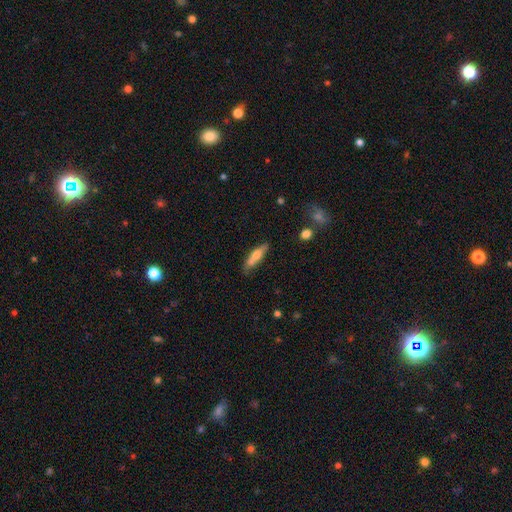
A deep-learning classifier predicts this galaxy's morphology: Smooth or featured? Predicted: smooth (p=0.64). How rounded? Predicted: cigar-shaped (p=0.70). Merging? Predicted: none (p=0.72).